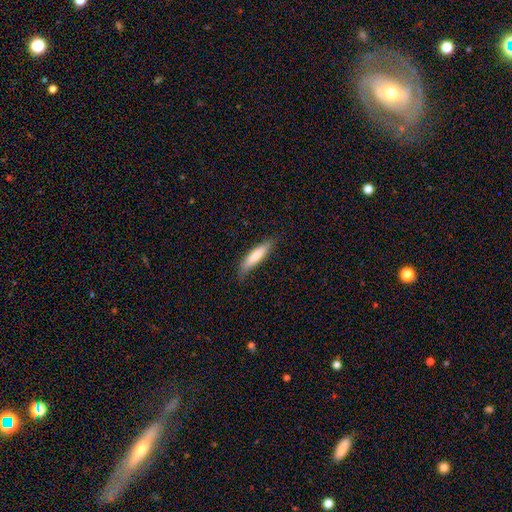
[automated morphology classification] smooth-or-featured: smooth: 79% | featured or disk: 15% | star or artifact: 5%
  how-rounded: cigar-shaped: 81% | in between: 18% | round: 1%
  merging: none: 79% | minor disturbance: 17% | major disturbance: 3% | merger: 1%